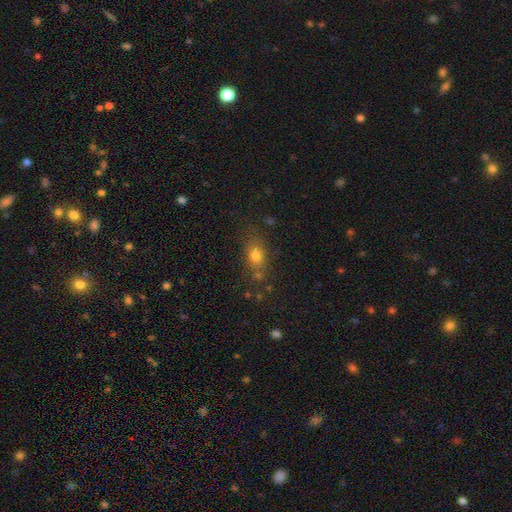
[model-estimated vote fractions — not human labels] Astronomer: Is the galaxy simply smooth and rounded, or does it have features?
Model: smooth — 74%.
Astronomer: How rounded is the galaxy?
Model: in between — 60% (runner-up: round, 36%).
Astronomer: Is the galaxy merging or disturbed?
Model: none — 71%.